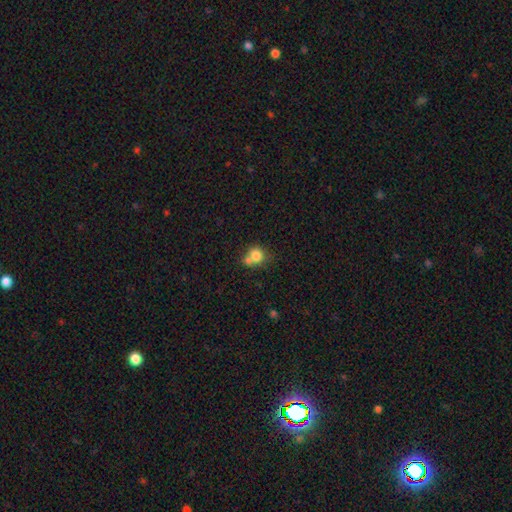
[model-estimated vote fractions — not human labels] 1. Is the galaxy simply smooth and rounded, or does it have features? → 77% smooth, 12% featured or disk, 11% star or artifact.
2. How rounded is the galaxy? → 78% round, 21% in between, 1% cigar-shaped.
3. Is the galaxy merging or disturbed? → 44% merger, 41% none, 10% minor disturbance, 4% major disturbance.